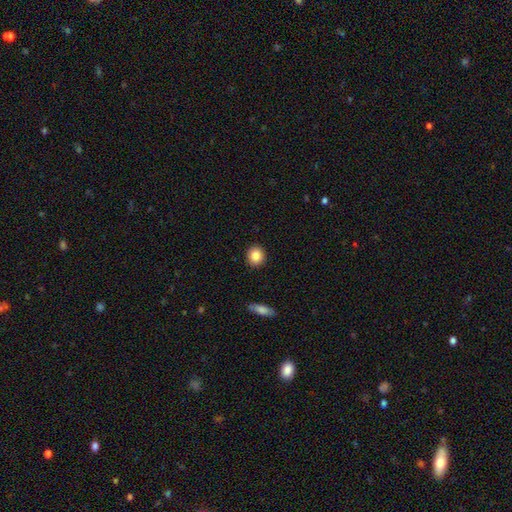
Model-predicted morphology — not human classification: This is clearly a smooth galaxy (86%). How rounded: clearly round (83%). Merging: clearly none (91%).